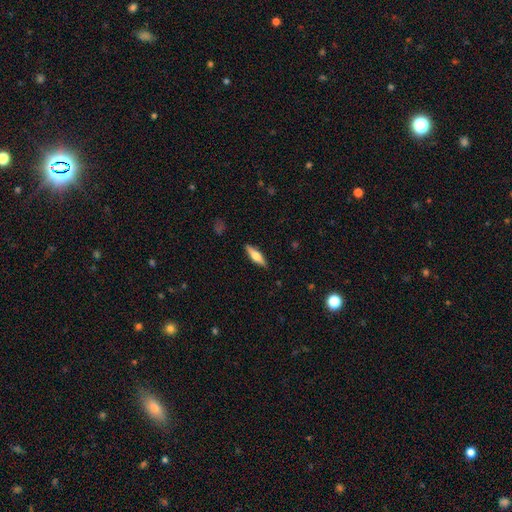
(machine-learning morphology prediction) smooth_or_featured: smooth (p=0.51) [alt: featured or disk p=0.43]
how_rounded: cigar-shaped (p=0.58) [alt: in between p=0.39]
merging: none (p=0.89) [alt: minor disturbance p=0.08]